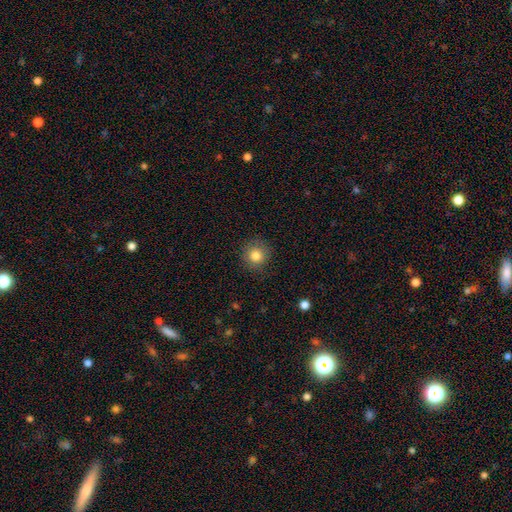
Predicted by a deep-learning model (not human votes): A smooth galaxy with no disk features (83%) that is round (93%). Merging: none (88%).